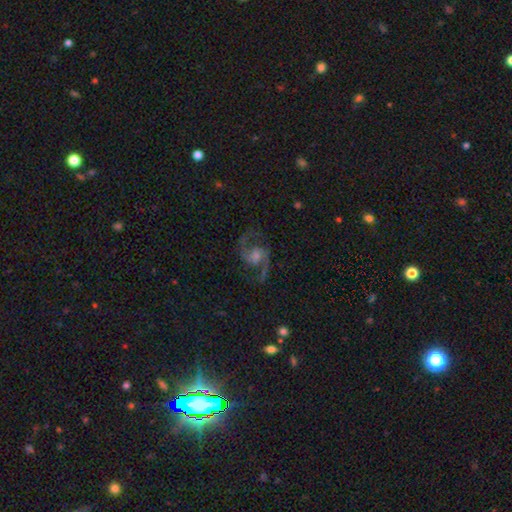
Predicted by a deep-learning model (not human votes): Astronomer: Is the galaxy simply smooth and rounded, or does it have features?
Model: featured or disk — 89%.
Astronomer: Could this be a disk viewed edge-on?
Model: no — 98%.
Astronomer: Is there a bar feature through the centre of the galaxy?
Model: no — 49% (runner-up: weak, 40%).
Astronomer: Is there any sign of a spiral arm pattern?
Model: yes — 98%.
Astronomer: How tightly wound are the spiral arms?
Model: medium — 58%.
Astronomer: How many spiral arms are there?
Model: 2 — 94%.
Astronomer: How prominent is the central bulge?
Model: moderate — 43% (runner-up: small, 36%).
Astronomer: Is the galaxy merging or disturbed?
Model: none — 78%.